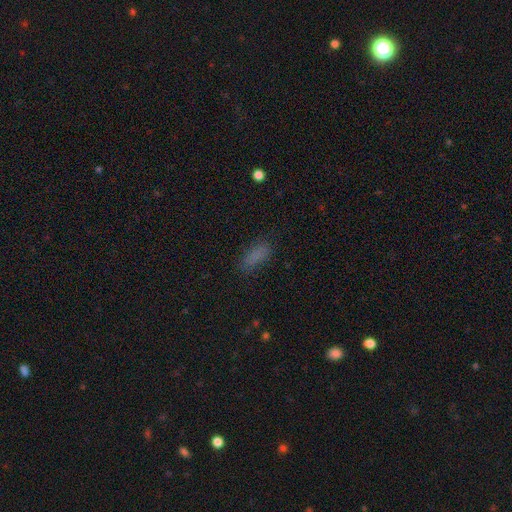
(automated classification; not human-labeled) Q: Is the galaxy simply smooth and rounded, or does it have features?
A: smooth — 80%.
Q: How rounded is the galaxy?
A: in between — 66%.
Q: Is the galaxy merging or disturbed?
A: none — 76%.